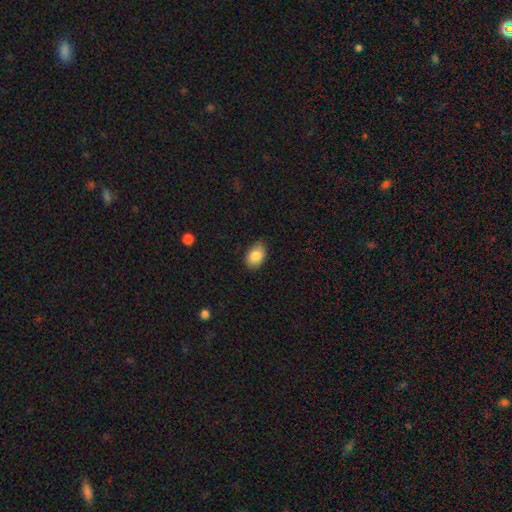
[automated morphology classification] Smooth or featured? Predicted: smooth (p=0.87). How rounded? Predicted: in between (p=0.87). Merging? Predicted: none (p=0.77).